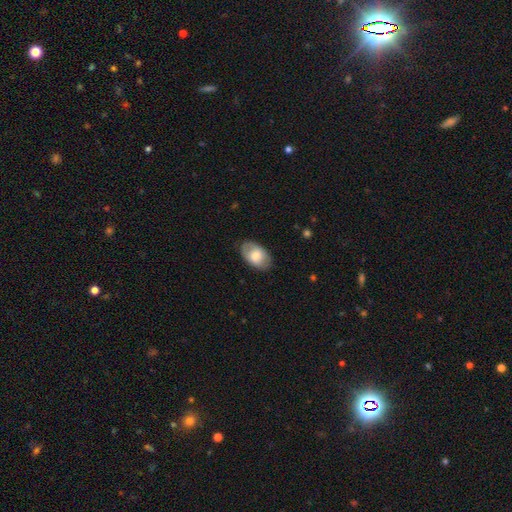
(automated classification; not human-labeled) This appears to be a smooth galaxy with no disk features (64%) that is in between round and cigar-shaped (91%). Merging: none (80%).